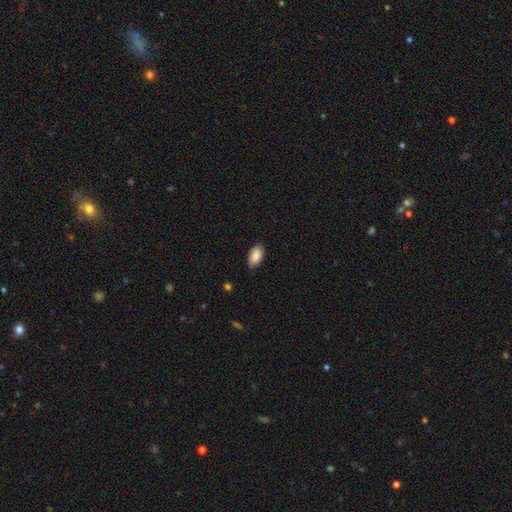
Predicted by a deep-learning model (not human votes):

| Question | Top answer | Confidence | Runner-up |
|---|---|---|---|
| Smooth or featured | smooth | 88% | star or artifact (6%) |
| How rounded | in between | 94% | round (3%) |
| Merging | none | 81% | minor disturbance (16%) |